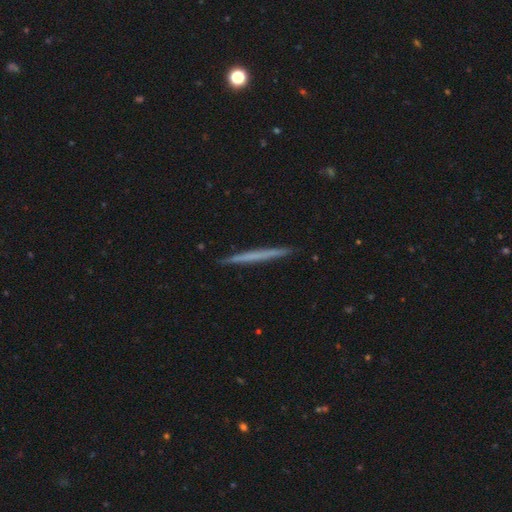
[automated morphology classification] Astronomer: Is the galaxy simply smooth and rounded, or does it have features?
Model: smooth — 50% (runner-up: featured or disk, 45%).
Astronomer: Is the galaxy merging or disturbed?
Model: none — 92%.